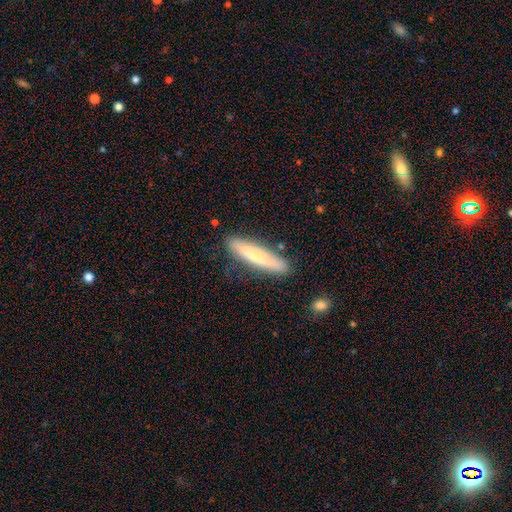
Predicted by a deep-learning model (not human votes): Smooth or featured? smooth (63%)
How rounded? cigar-shaped (86%)
Merging? none (82%)